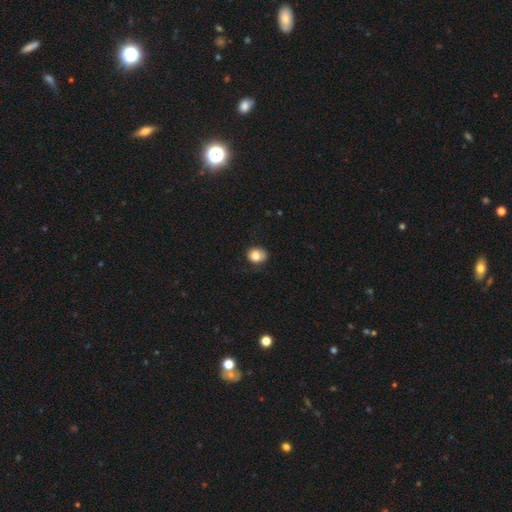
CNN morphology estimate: A smooth galaxy with no disk features (80%) that is round (57%). Merging: none (57%).